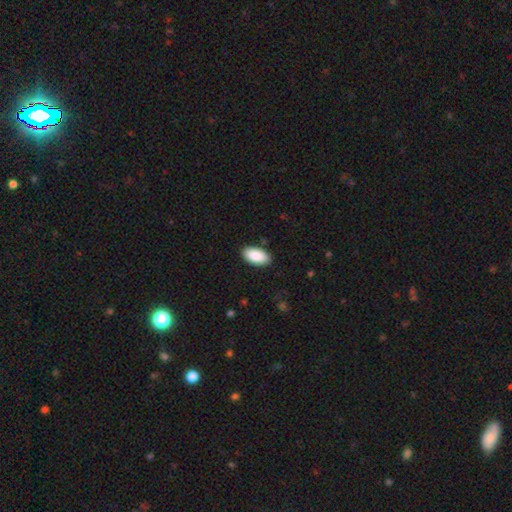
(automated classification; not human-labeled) smooth-or-featured: smooth: 90% | star or artifact: 6% | featured or disk: 4%
  how-rounded: in between: 95% | cigar-shaped: 3% | round: 2%
  merging: none: 88% | minor disturbance: 9% | major disturbance: 2% | merger: 1%